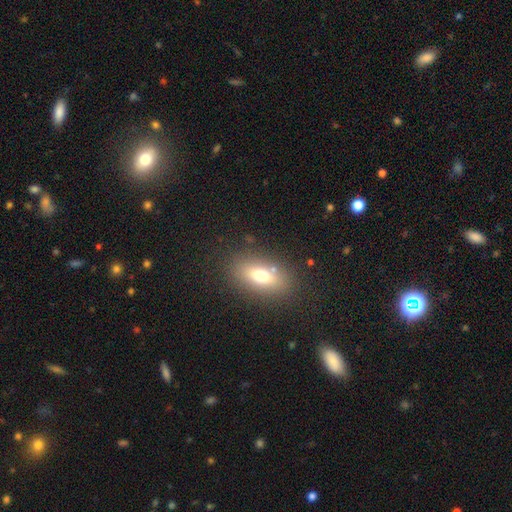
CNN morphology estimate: This appears to be a smooth galaxy with no disk features (65%) that is in between round and cigar-shaped (83%). Merging: none (86%).